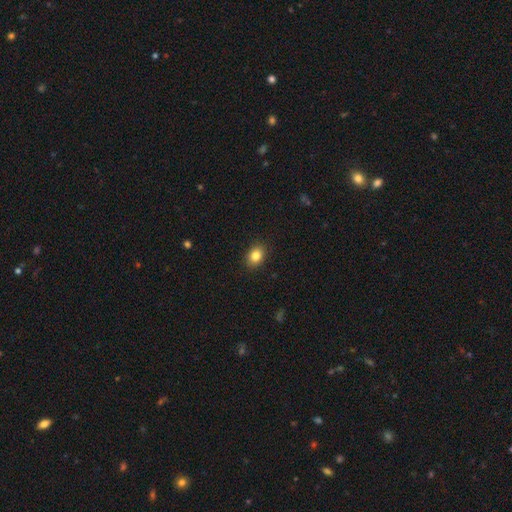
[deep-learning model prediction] smooth 85%, star or artifact 9%, featured or disk 6%. Down the decision tree: how rounded — in between (62%); merging — none (89%).